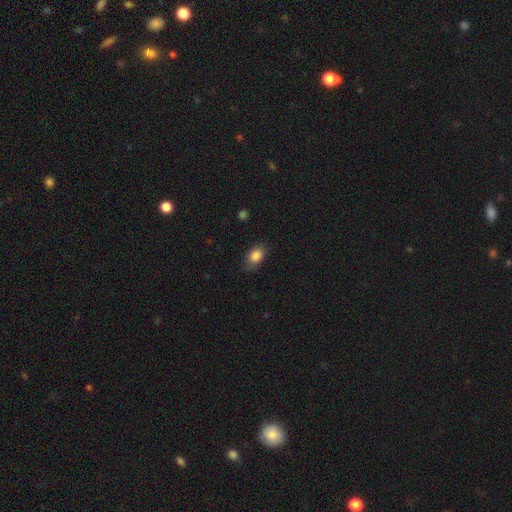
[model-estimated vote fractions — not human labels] This appears to be a smooth galaxy with no disk features (85%) that is in between round and cigar-shaped (77%). Merging: none (75%).